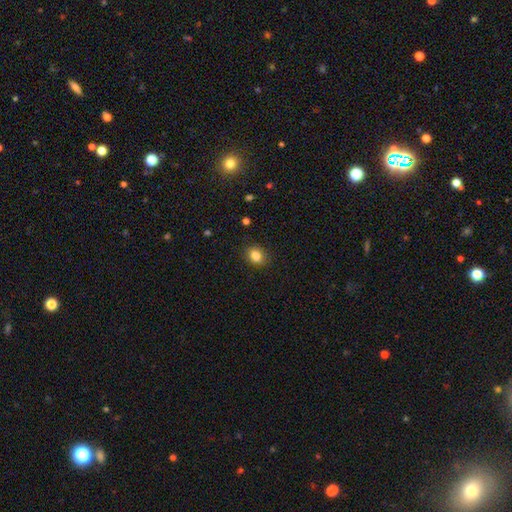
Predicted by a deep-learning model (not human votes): The model was most divided on "how rounded": round: 52%, in between: 47%, cigar-shaped: 1%. More confident: merging — none (86%); smooth or featured — smooth (83%).